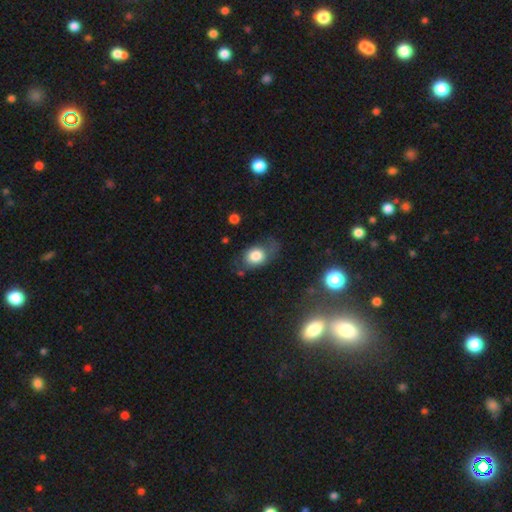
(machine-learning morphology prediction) Smooth or featured?
  - smooth: 76% *
  - featured or disk: 15%
  - star or artifact: 9%
How rounded?
  - in between: 62% *
  - round: 37%
  - cigar-shaped: 1%
Merging?
  - none: 52% *
  - minor disturbance: 28%
  - major disturbance: 16%
  - merger: 3%